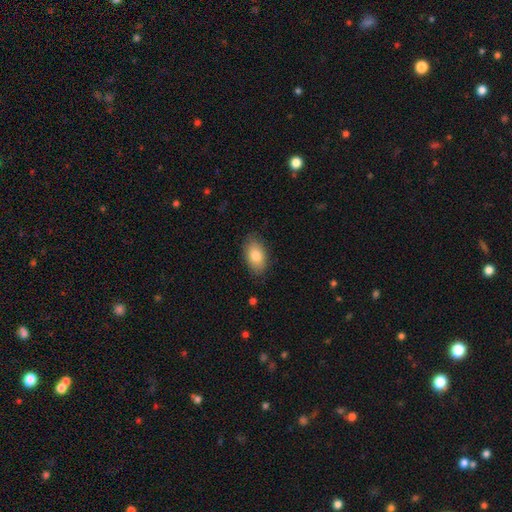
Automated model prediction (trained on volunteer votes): Smooth or featured? Predicted: smooth (p=0.82). How rounded? Predicted: in between (p=0.92). Merging? Predicted: none (p=0.83).